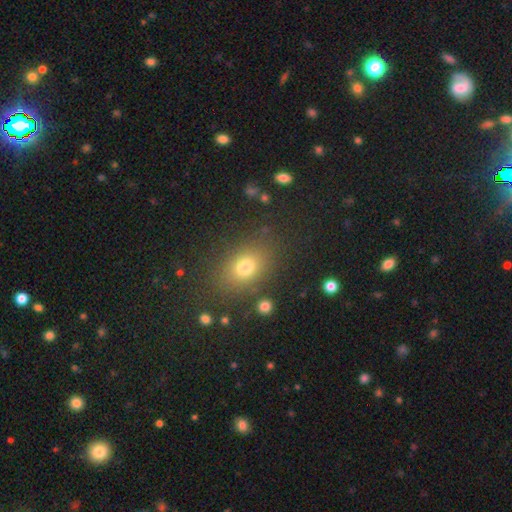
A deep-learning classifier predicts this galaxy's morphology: The model was most divided on "how rounded": in between: 62%, round: 36%, cigar-shaped: 2%. More confident: merging — none (85%); smooth or featured — smooth (64%).